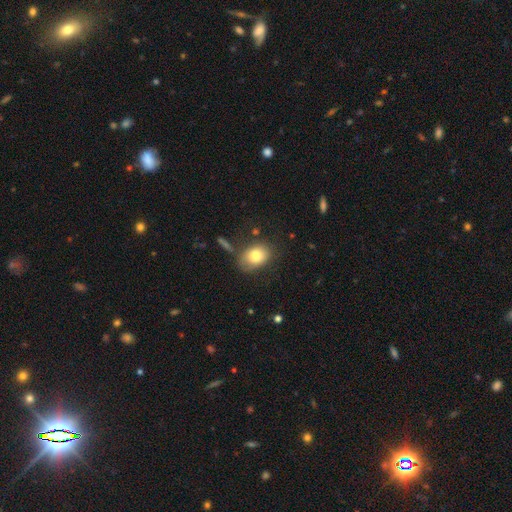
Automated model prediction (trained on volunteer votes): smooth 79%, featured or disk 13%, star or artifact 8%. Down the decision tree: how rounded — in between (71%); merging — none (67%).